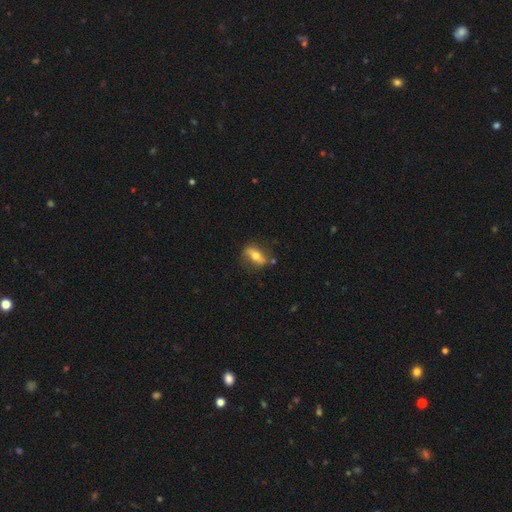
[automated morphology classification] A smooth galaxy with no disk features (48%).

Vote fractions:
- Smooth or featured? smooth: 48% / featured or disk: 45% / star or artifact: 8%
- Merging? none: 71% / minor disturbance: 18% / major disturbance: 6% / merger: 5%